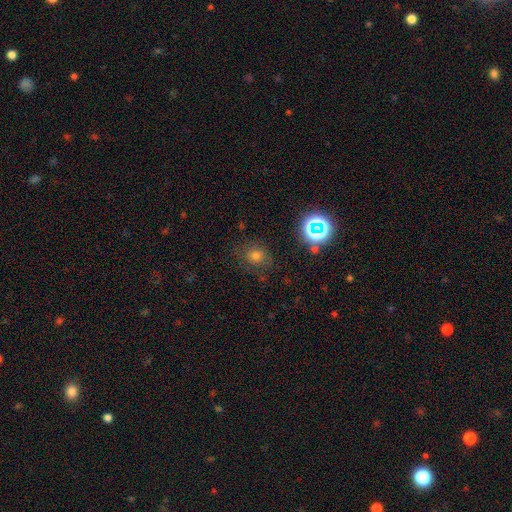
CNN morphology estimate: Smooth or featured: smooth — 62% (star or artifact — 28%)
How rounded: round — 77% (in between — 22%)
Merging: none — 78% (minor disturbance — 15%)